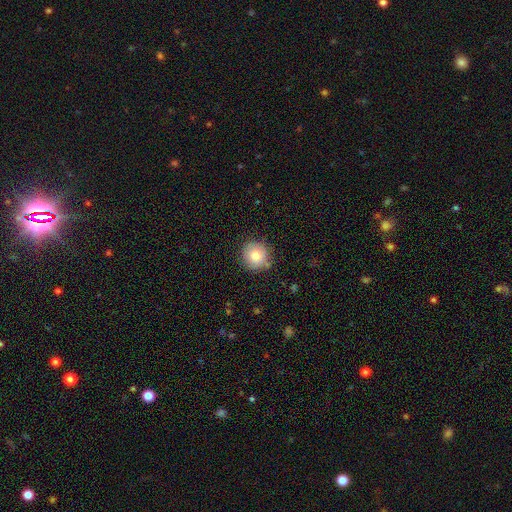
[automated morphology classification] Smooth or featured: smooth — 78% (featured or disk — 13%)
How rounded: round — 94% (in between — 5%)
Merging: none — 85% (minor disturbance — 10%)